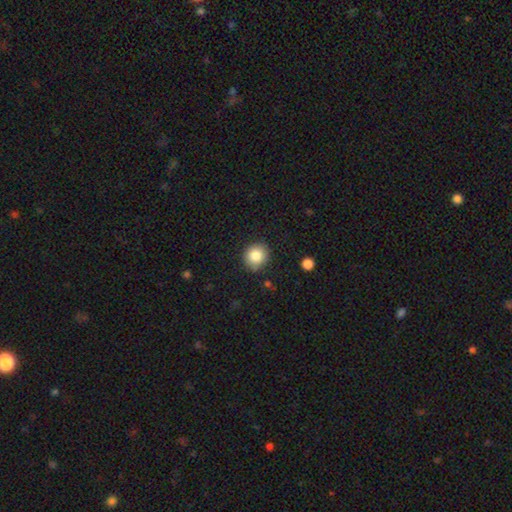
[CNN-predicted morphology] This is clearly a smooth galaxy (85%). How rounded: clearly round (84%). Merging: clearly none (85%).